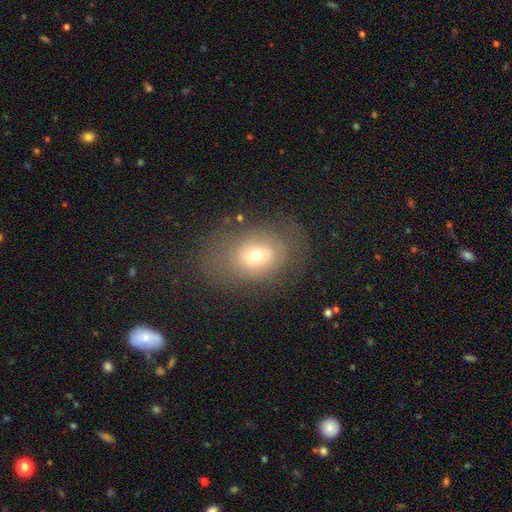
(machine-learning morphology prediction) A smooth galaxy with no disk features (59%) that is in between round and cigar-shaped (63%).

Vote fractions:
- Smooth or featured? smooth: 59% / featured or disk: 28% / star or artifact: 13%
- How rounded? in between: 63% / round: 36% / cigar-shaped: 1%
- Merging? none: 67% / minor disturbance: 18% / major disturbance: 13% / merger: 2%